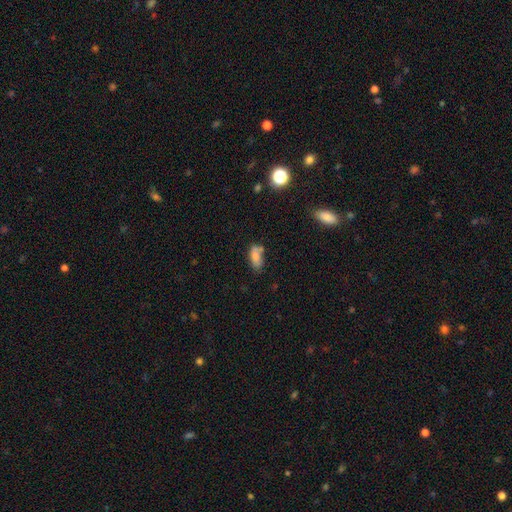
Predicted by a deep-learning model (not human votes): A smooth galaxy with no disk features (77%) that is in between round and cigar-shaped (84%). Merging: none (56%).